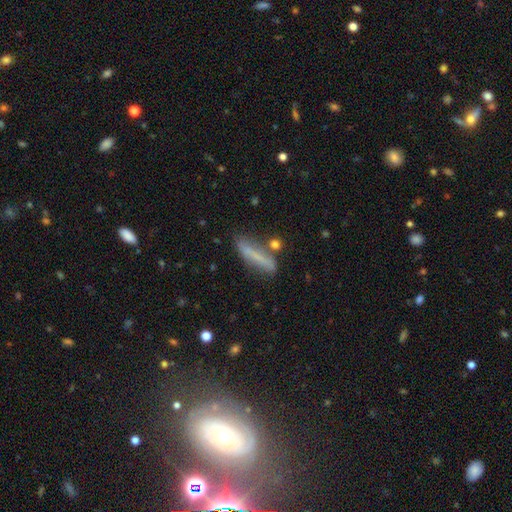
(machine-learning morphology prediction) Smooth or featured: smooth — 61% (featured or disk — 30%)
How rounded: cigar-shaped — 84% (in between — 14%)
Merging: none — 67% (minor disturbance — 19%)